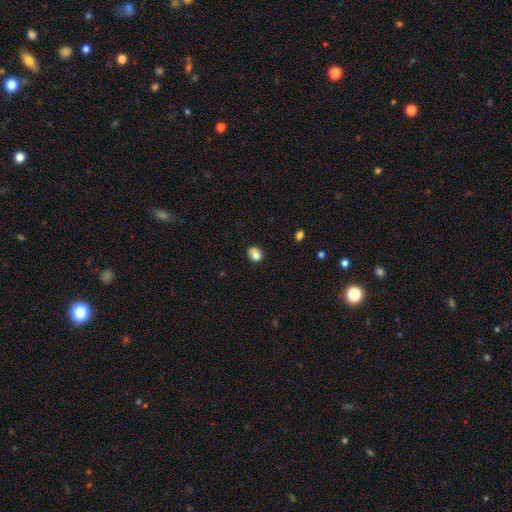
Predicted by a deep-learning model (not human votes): Smooth or featured? Predicted: smooth (p=0.80). How rounded? Predicted: round (p=0.54). Merging? Predicted: none (p=0.61).